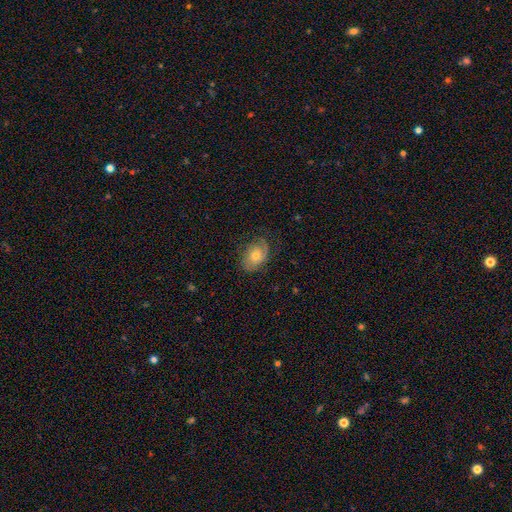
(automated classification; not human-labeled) featured or disk 49%, smooth 43%, star or artifact 8%. Down the decision tree: merging — none (67%).